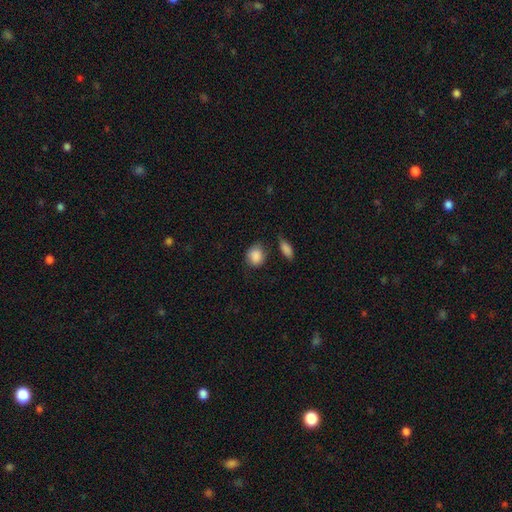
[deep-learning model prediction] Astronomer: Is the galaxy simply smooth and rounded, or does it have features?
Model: smooth — 87%.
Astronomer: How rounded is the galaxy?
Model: round — 56% (runner-up: in between, 42%).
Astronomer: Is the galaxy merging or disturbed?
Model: none — 62%.